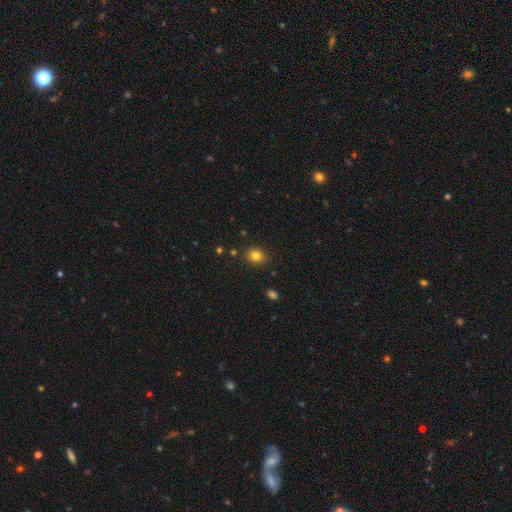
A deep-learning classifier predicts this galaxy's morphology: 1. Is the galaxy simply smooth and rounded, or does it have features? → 81% smooth, 13% star or artifact, 6% featured or disk.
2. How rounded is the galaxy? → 68% round, 31% in between, 1% cigar-shaped.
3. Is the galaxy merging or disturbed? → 88% none, 8% minor disturbance, 2% major disturbance, 2% merger.